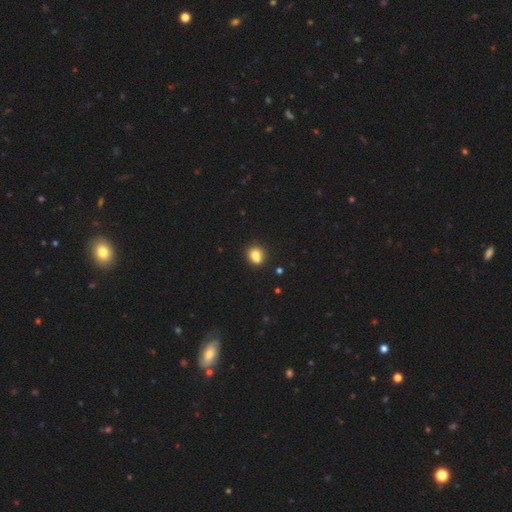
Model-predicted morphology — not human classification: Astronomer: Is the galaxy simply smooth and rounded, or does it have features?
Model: smooth — 78%.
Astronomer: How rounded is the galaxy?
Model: round — 71%.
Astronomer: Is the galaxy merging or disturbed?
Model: none — 57%.